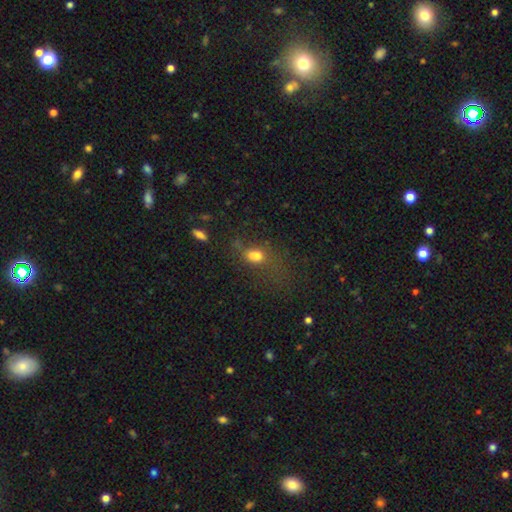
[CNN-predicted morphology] smooth-or-featured: smooth: 66% | star or artifact: 17% | featured or disk: 17%
  how-rounded: in between: 72% | round: 23% | cigar-shaped: 5%
  merging: none: 39% | major disturbance: 31% | minor disturbance: 20% | merger: 10%